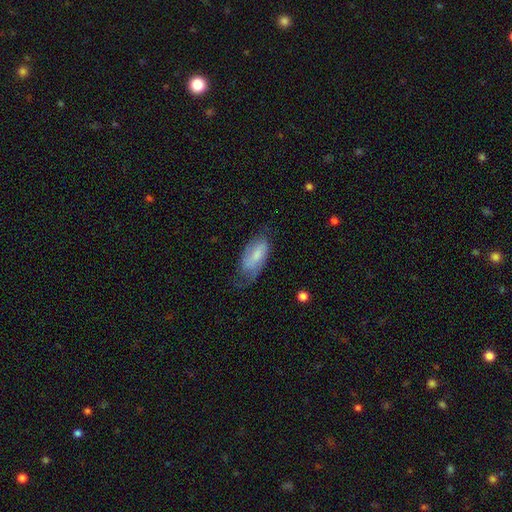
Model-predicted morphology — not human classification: A featured or disk galaxy (51%). Merging: none (51%).